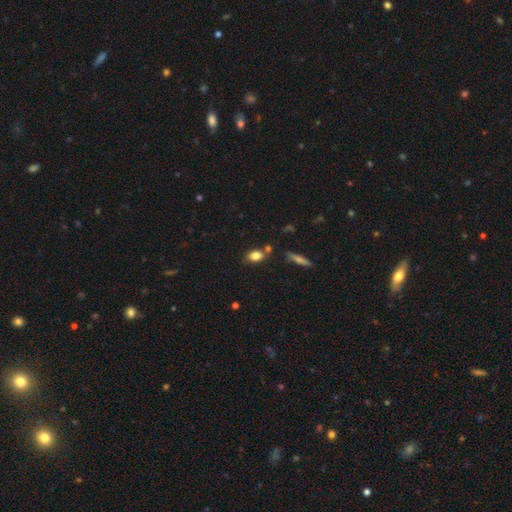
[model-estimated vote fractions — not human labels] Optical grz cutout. It shows a smooth galaxy with no disk features (82%) that is in between round and cigar-shaped (81%). Merging: none (70%).